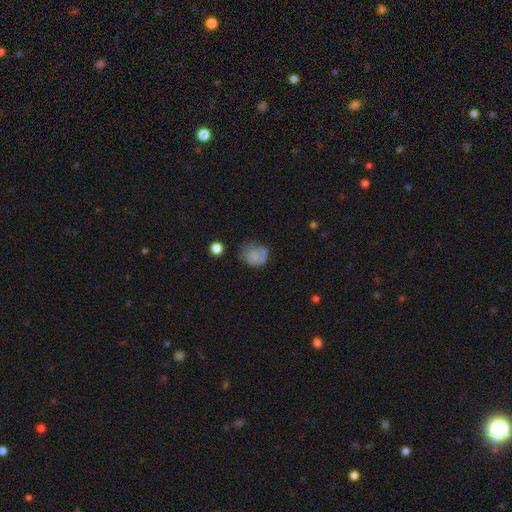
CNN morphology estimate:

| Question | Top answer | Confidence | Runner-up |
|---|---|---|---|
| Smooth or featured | smooth | 67% | featured or disk (21%) |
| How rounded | round | 70% | in between (29%) |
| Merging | none | 49% | minor disturbance (30%) |